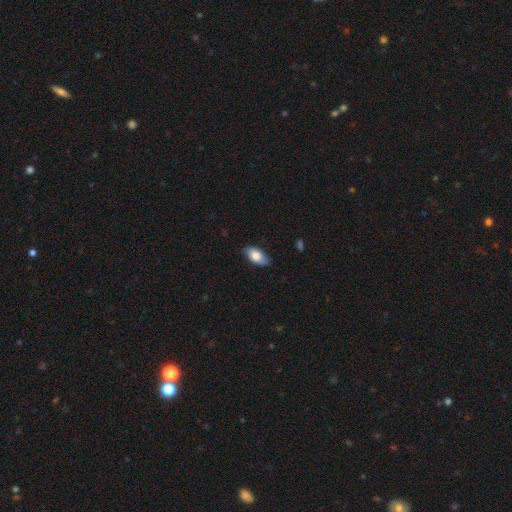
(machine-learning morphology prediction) smooth 80%, featured or disk 14%, star or artifact 6%. Down the decision tree: how rounded — in between (93%); merging — none (80%).